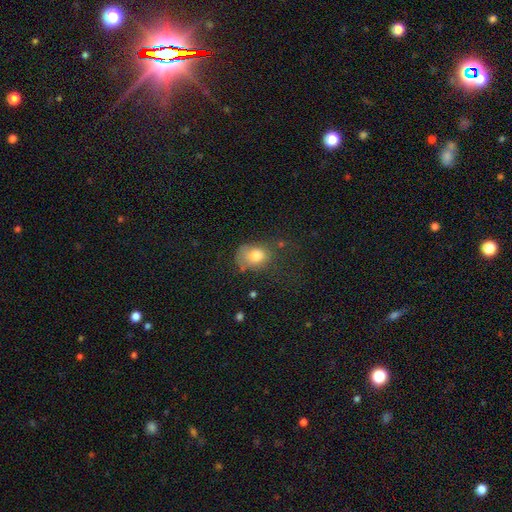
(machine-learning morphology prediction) The model was most divided on "merging": none: 42%, minor disturbance: 30%, major disturbance: 23%, merger: 6%. More confident: smooth or featured — smooth (77%); how rounded — in between (58%).